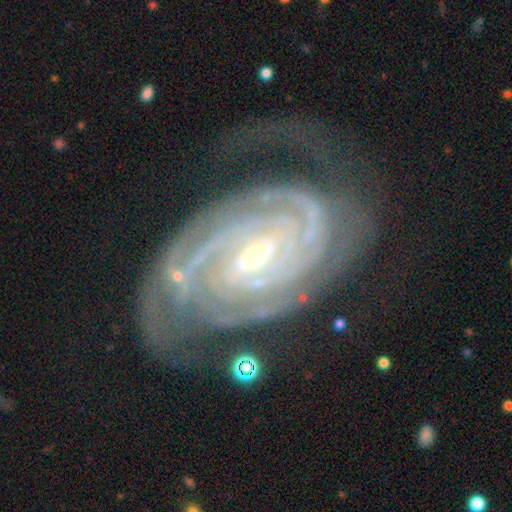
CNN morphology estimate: This appears to be a featured or disk galaxy (92%) with a weak bar (43%), 2 (36%) tight (79%) spiral arms (98%) and a small central bulge (72%). Merging: none (64%).